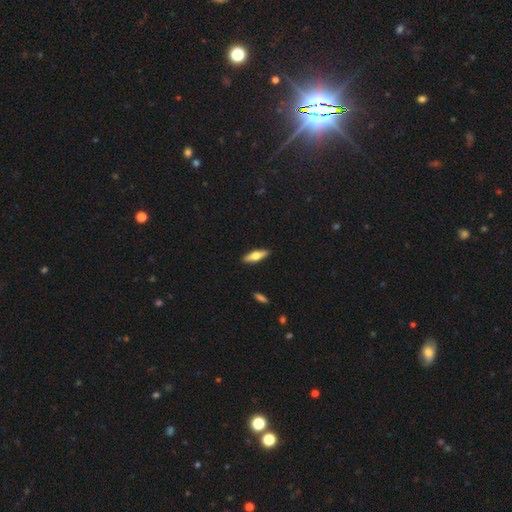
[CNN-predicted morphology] Smooth or featured? Predicted: smooth (p=0.54). How rounded? Predicted: cigar-shaped (p=0.49). Merging? Predicted: none (p=0.90).